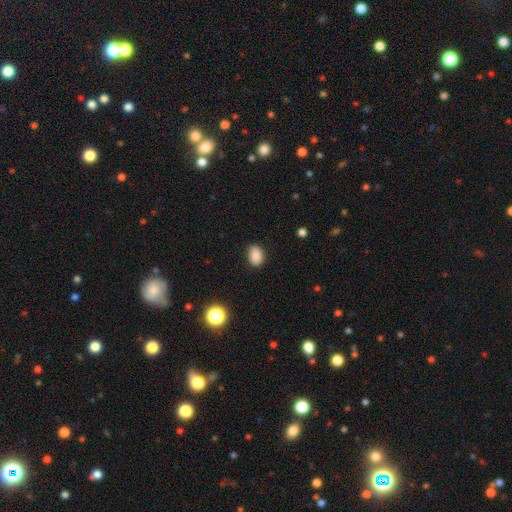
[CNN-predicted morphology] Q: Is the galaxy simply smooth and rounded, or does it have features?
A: smooth — 82%.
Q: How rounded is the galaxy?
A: in between — 71%.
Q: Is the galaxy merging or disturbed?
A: none — 84%.